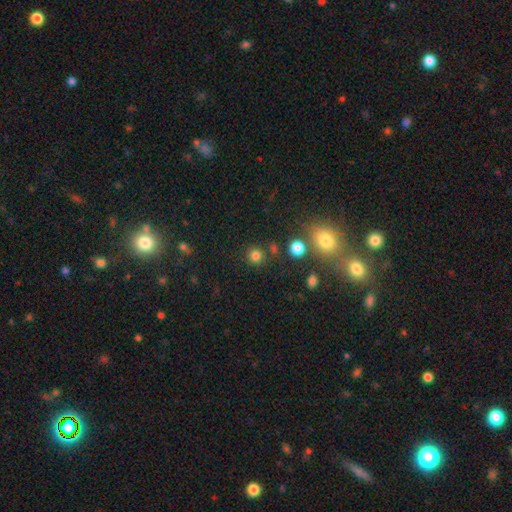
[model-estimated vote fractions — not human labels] Smooth or featured?
  - smooth: 78% *
  - star or artifact: 17%
  - featured or disk: 5%
How rounded?
  - round: 91% *
  - in between: 8%
  - cigar-shaped: 1%
Merging?
  - none: 83% *
  - minor disturbance: 7%
  - merger: 7%
  - major disturbance: 3%